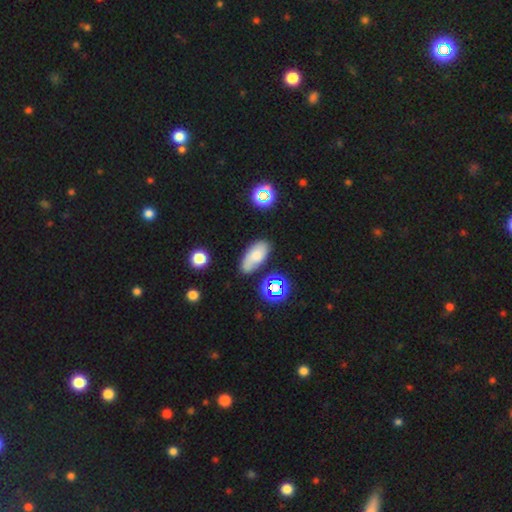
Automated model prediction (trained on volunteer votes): Morphology: type=smooth (60%); roundness=in between (88%); merging=none (64%).